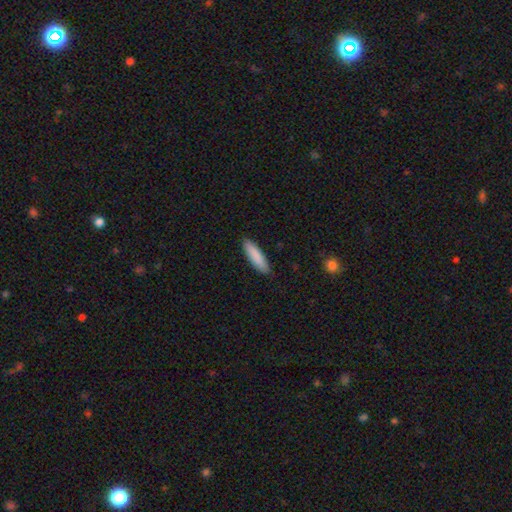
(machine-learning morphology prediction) Smooth or featured? smooth (88%)
How rounded? cigar-shaped (67%)
Merging? none (89%)